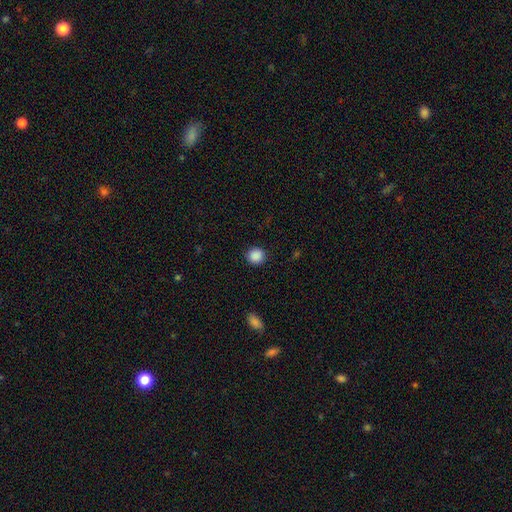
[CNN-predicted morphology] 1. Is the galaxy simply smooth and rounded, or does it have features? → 88% smooth, 9% star or artifact, 2% featured or disk.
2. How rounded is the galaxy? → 92% round, 7% in between, 1% cigar-shaped.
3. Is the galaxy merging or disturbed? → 91% none, 6% minor disturbance, 2% major disturbance, 1% merger.